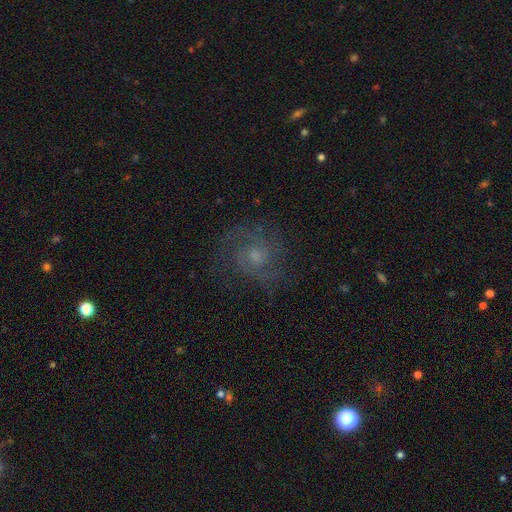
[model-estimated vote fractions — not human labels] Morphology: type=featured or disk (76%); edge-on=no (98%); bar=no (64%); spiral arms=yes (94%); winding=medium (47%); arm count=2 (64%); bulge=moderate (44%, tied with small); merging=none (75%).